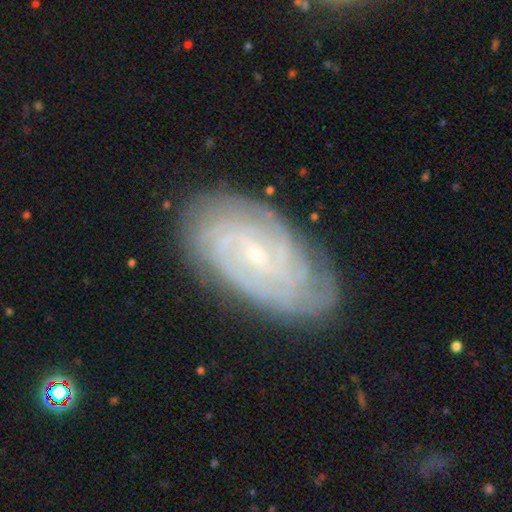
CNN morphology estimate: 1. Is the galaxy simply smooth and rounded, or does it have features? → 83% featured or disk, 10% smooth, 6% star or artifact.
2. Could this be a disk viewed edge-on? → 95% no, 5% yes.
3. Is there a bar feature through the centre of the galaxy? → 47% weak, 39% no, 14% strong.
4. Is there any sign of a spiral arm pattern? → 96% yes, 4% no.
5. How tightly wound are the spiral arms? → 76% tight, 20% medium, 4% loose.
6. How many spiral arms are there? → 36% can't tell, 18% 4, 17% 2, 13% 3, 9% more than 4, 6% 1.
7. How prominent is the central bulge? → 79% small, 16% moderate, 3% none, 1% large, 1% dominant.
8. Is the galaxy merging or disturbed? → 80% none, 15% minor disturbance, 4% major disturbance, 1% merger.